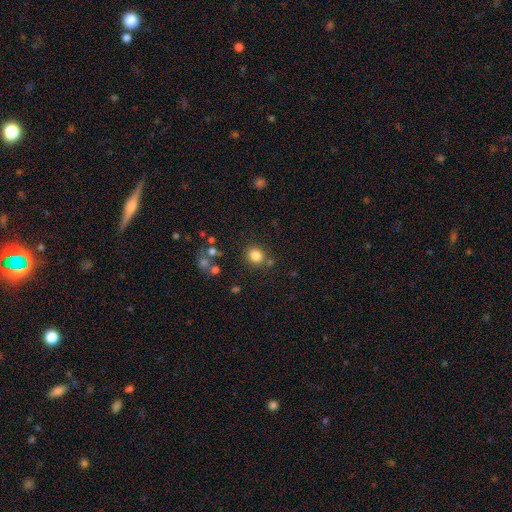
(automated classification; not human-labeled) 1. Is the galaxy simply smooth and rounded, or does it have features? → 82% smooth, 12% star or artifact, 6% featured or disk.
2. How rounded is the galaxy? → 75% round, 24% in between, 1% cigar-shaped.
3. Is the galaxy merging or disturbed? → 78% none, 11% minor disturbance, 7% merger, 4% major disturbance.